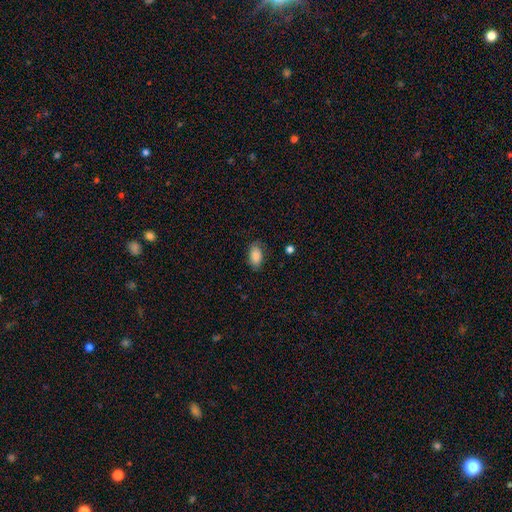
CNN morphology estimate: type=smooth (83%); roundness=in between (93%); merging=none (76%).